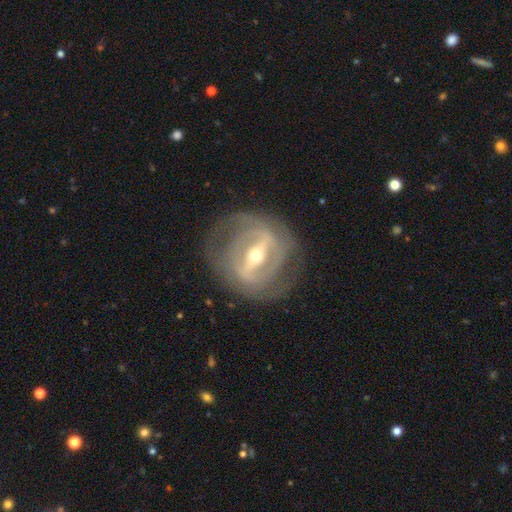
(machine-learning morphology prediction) Smooth or featured? Predicted: featured or disk (p=0.85). Edge-on disk? Predicted: no (p=0.91). Bar? Predicted: strong (p=0.74). Spiral arms? Predicted: yes (p=0.67). Spiral winding? Predicted: tight (p=0.53). Spiral arm count? Predicted: 2 (p=0.51). Bulge size? Predicted: moderate (p=0.48). Merging? Predicted: none (p=0.74).